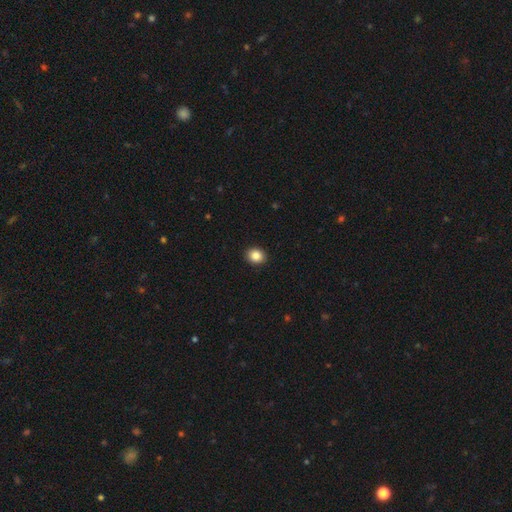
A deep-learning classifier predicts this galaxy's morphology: Smooth or featured? smooth (87%)
How rounded? round (60%)
Merging? none (92%)